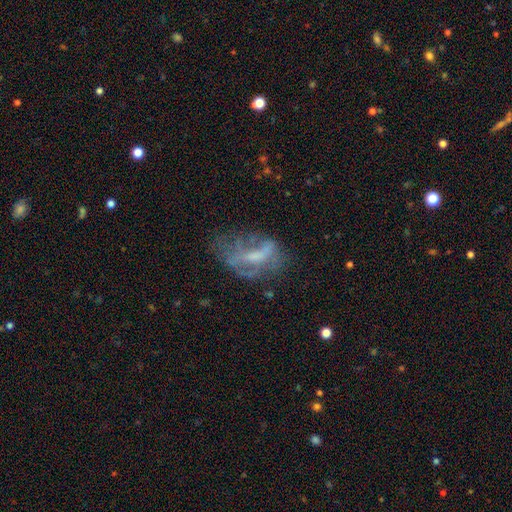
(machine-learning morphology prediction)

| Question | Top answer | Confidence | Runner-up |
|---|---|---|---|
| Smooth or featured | featured or disk | 56% | smooth (31%) |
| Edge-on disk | no | 94% | yes (6%) |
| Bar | no | 54% | weak (32%) |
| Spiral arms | no | 73% | yes (27%) |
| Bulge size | none | 41% | small (28%) |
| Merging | major disturbance | 36% | none (35%) |